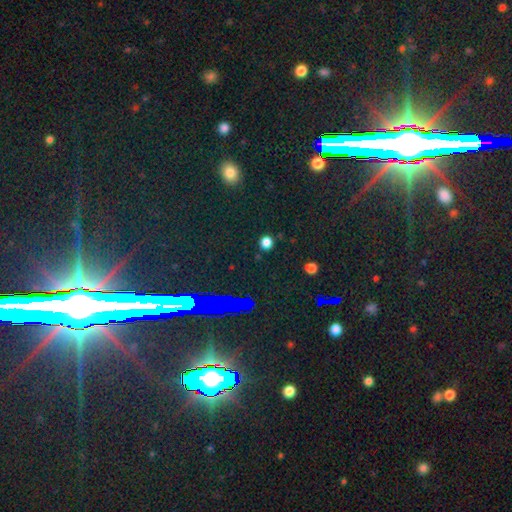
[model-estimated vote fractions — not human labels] A star or artifact, not a galaxy (82%).

Vote fractions:
- Smooth or featured? star or artifact: 82% / smooth: 9% / featured or disk: 9%